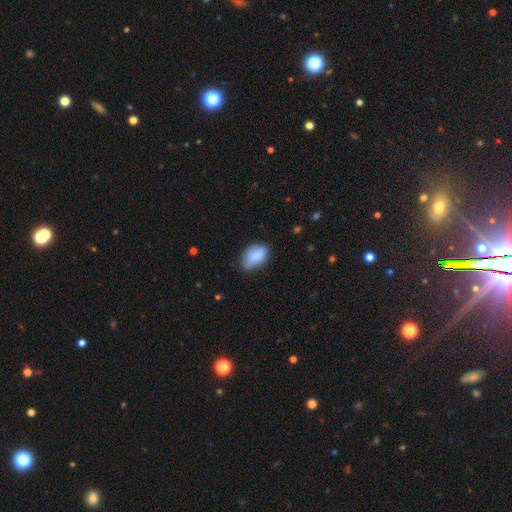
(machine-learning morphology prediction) smooth_or_featured: smooth (p=0.83) [alt: featured or disk p=0.10]
how_rounded: in between (p=0.89) [alt: round p=0.10]
merging: none (p=0.68) [alt: minor disturbance p=0.26]